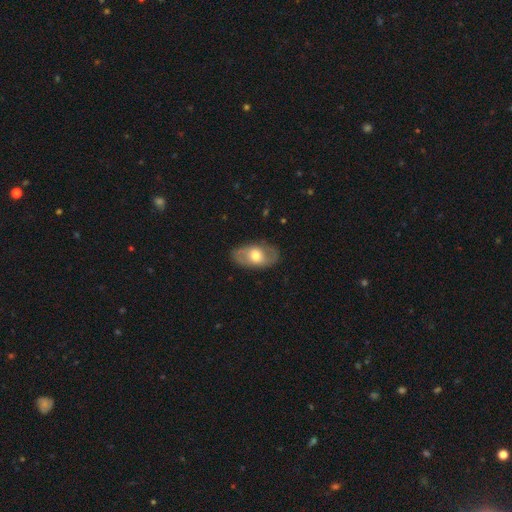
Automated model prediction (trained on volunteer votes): The model was most divided on "smooth or featured": smooth: 48%, featured or disk: 46%, star or artifact: 6%. More confident: merging — none (79%).